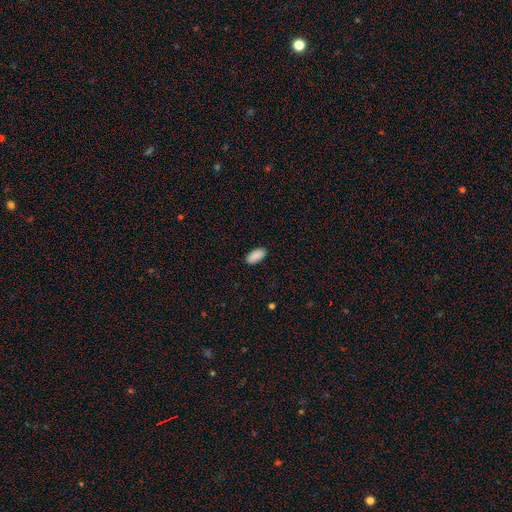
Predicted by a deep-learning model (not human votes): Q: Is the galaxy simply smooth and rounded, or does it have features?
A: smooth — 90%.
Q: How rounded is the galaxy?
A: in between — 92%.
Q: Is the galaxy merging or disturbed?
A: none — 89%.